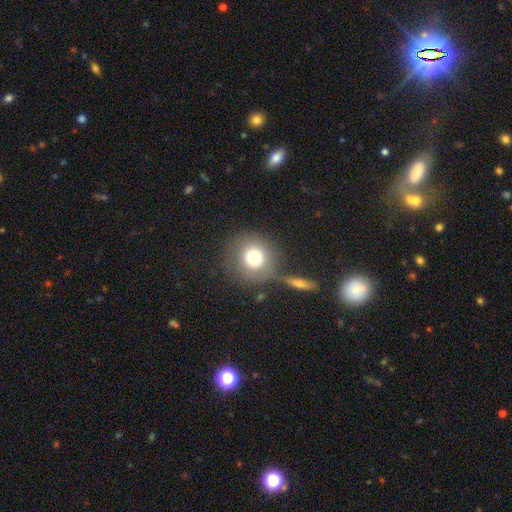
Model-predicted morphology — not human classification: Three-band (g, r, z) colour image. It shows a smooth galaxy with no disk features (75%) that is round (89%). Merging: none (74%).